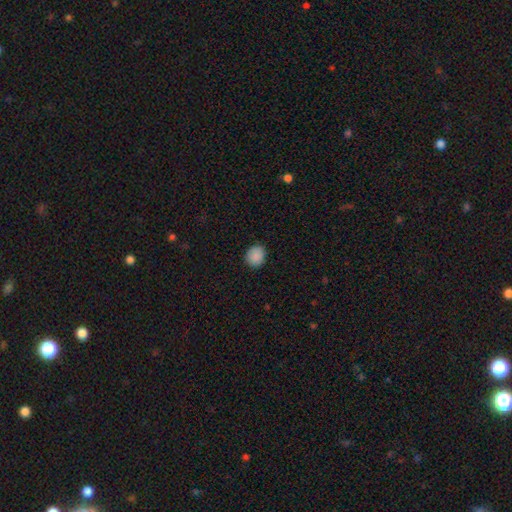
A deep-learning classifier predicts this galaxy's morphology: Q: Smooth or featured?
A: smooth (89%); runner-up: star or artifact (8%)
Q: How rounded?
A: round (75%); runner-up: in between (24%)
Q: Merging?
A: none (88%); runner-up: minor disturbance (9%)